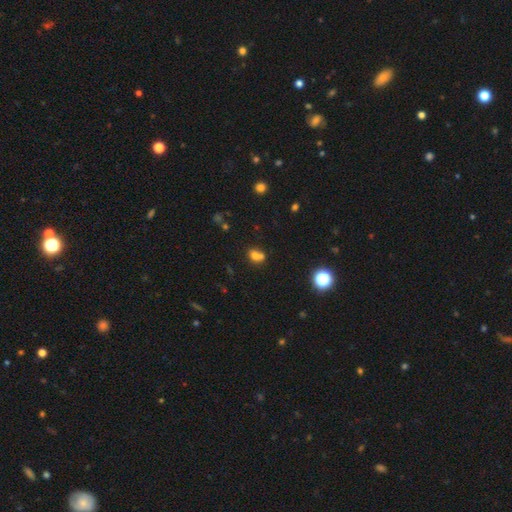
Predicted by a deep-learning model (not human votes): smooth-or-featured: smooth: 69% | star or artifact: 17% | featured or disk: 14%
  how-rounded: round: 66% | in between: 33% | cigar-shaped: 1%
  merging: merger: 51% | none: 37% | minor disturbance: 8% | major disturbance: 3%